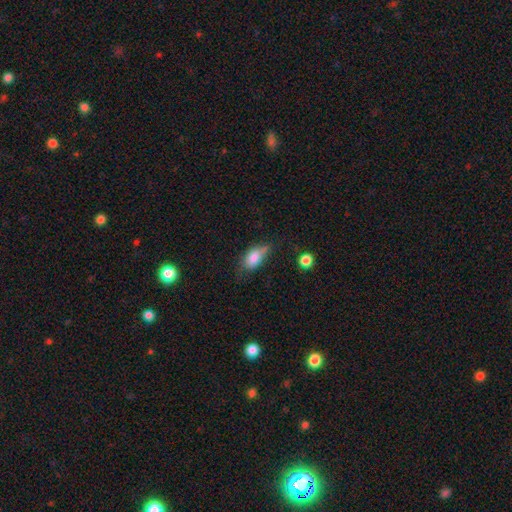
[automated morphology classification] The model was most divided on "merging": none: 43%, minor disturbance: 38%, major disturbance: 14%, merger: 5%. More confident: how rounded — in between (85%); smooth or featured — smooth (77%).